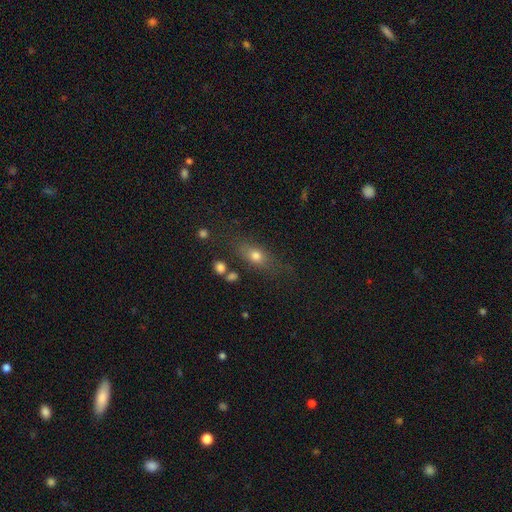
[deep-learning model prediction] Smooth or featured? smooth (66%)
How rounded? in between (61%)
Merging? none (71%)